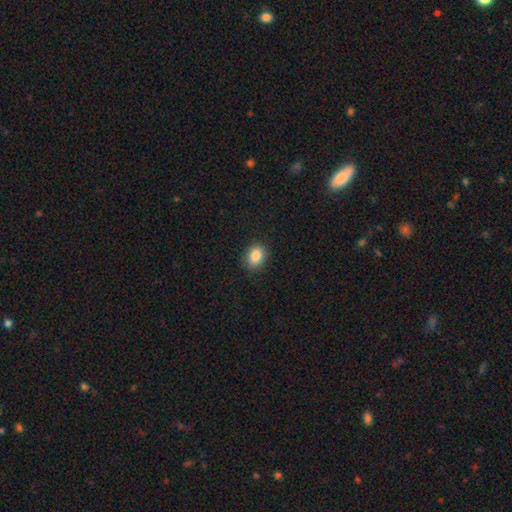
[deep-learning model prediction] Smooth or featured?
  - smooth: 85% *
  - star or artifact: 9%
  - featured or disk: 6%
How rounded?
  - in between: 66% *
  - round: 33%
  - cigar-shaped: 1%
Merging?
  - none: 88% *
  - minor disturbance: 9%
  - major disturbance: 2%
  - merger: 1%